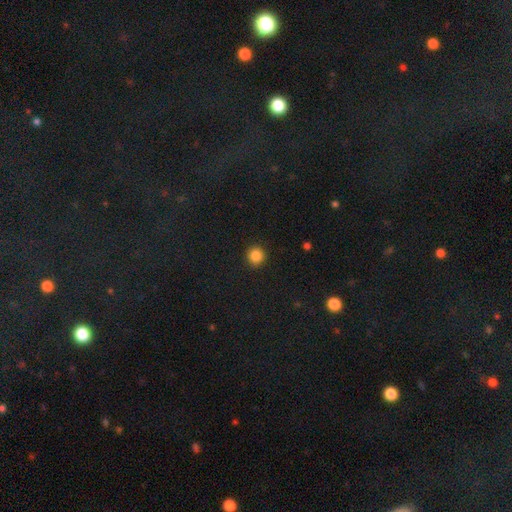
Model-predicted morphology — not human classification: smooth 86%, star or artifact 11%, featured or disk 4%. Down the decision tree: how rounded — round (93%); merging — none (92%).